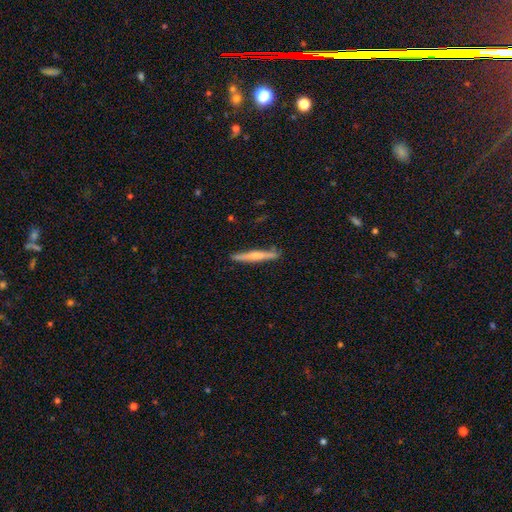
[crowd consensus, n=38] Overall: featured or disk (58%; smooth 37%). Edge-on disk: yes (100%). Edge-on bulge: rounded (45%; boxy 41%). Merging: none (86%).